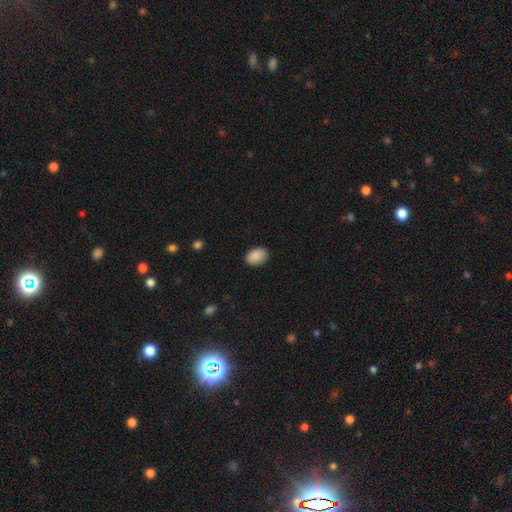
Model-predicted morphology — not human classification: smooth_or_featured: smooth (p=0.89) [alt: star or artifact p=0.07]
how_rounded: in between (p=0.79) [alt: round p=0.20]
merging: none (p=0.87) [alt: minor disturbance p=0.10]